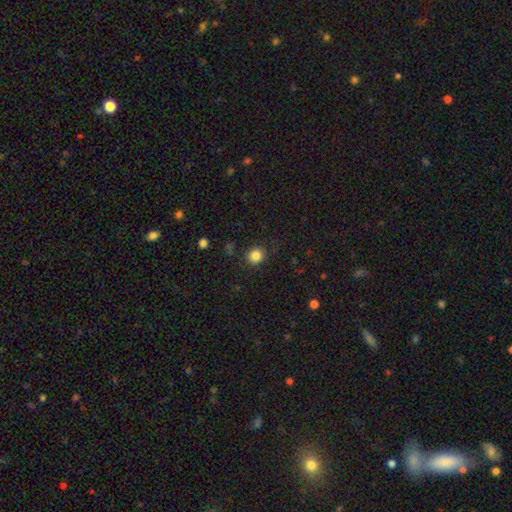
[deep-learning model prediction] This is clearly a smooth galaxy (84%). How rounded: clearly round (84%). Merging: clearly none (86%).